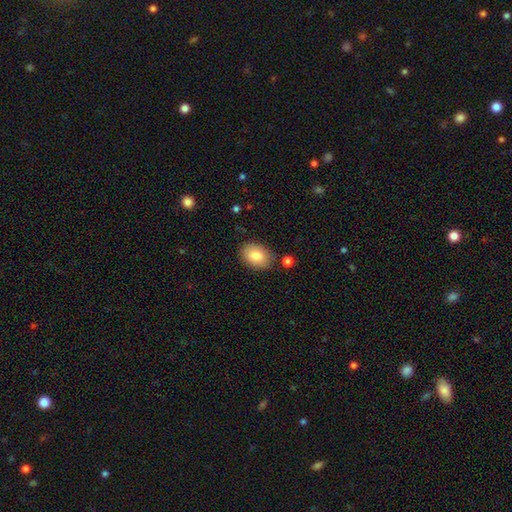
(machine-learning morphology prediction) A smooth galaxy with no disk features (83%) that is in between round and cigar-shaped (81%). Merging: none (80%).